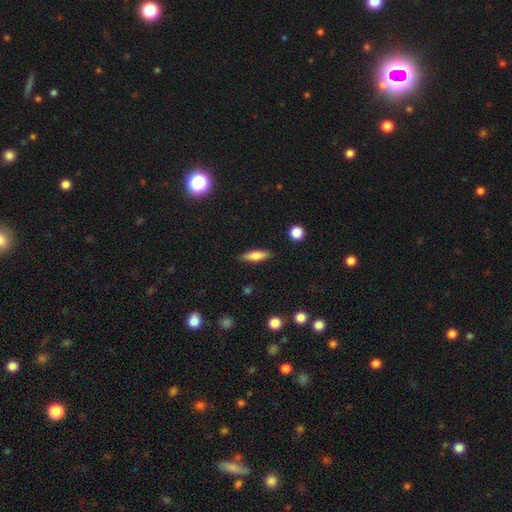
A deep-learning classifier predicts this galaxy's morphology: Smooth or featured: smooth — 72% (featured or disk — 21%)
How rounded: cigar-shaped — 58% (in between — 40%)
Merging: none — 87% (minor disturbance — 9%)